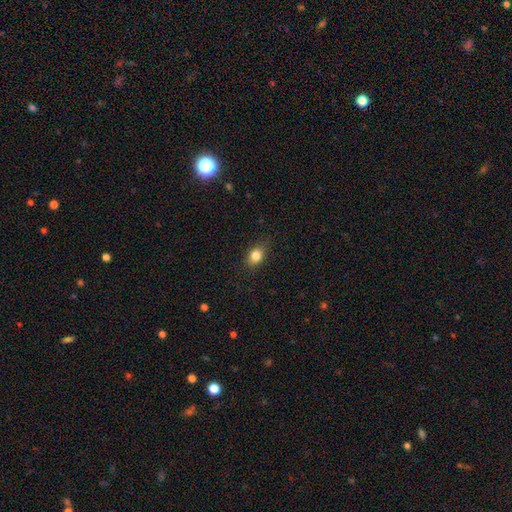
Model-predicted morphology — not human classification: Overall: smooth (82%). How rounded: in between (67%; round 31%). Merging: none (82%).